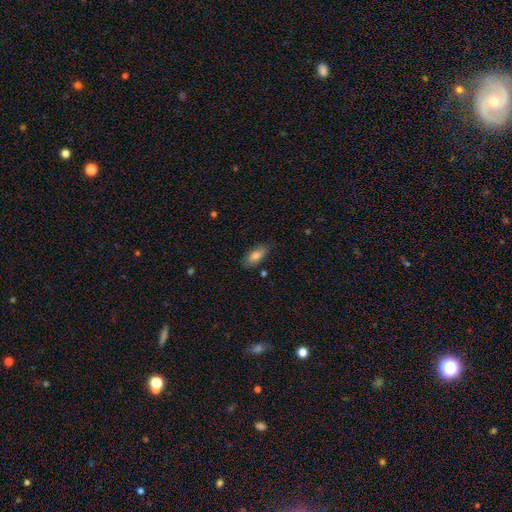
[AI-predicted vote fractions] Smooth or featured? smooth (79%)
How rounded? in between (84%)
Merging? none (78%)